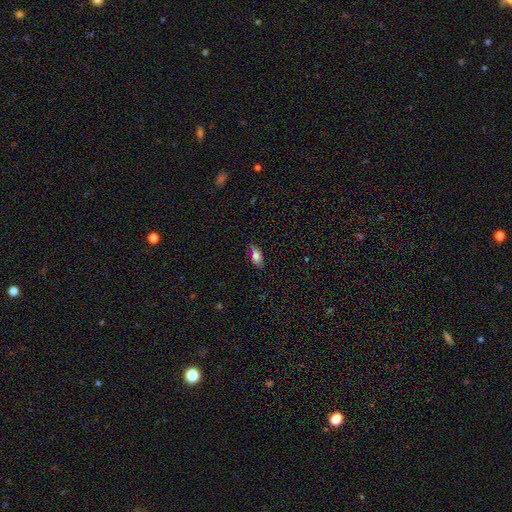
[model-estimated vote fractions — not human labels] This appears to be a smooth galaxy with no disk features (76%) that is in between round and cigar-shaped (83%). Merging: none (70%).